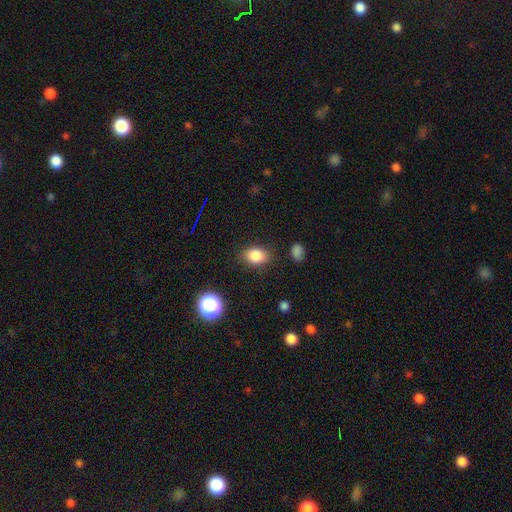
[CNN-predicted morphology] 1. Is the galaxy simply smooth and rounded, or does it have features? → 84% smooth, 10% star or artifact, 6% featured or disk.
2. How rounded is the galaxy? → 75% in between, 23% round, 1% cigar-shaped.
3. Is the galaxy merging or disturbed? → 83% none, 12% minor disturbance, 3% major disturbance, 2% merger.